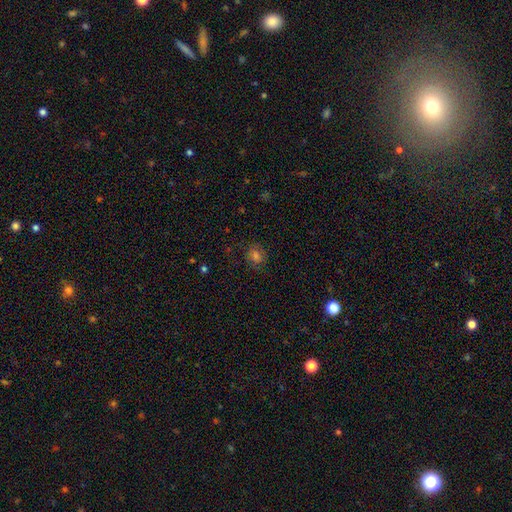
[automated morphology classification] type=smooth (63%); roundness=round (80%); merging=none (81%).